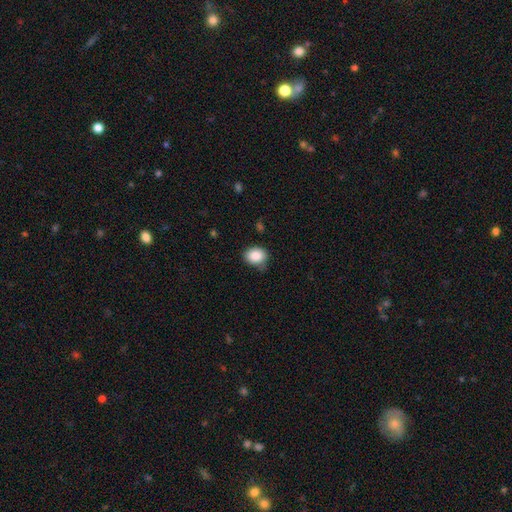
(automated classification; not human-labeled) Smooth or featured?
  - smooth: 88% *
  - star or artifact: 8%
  - featured or disk: 4%
How rounded?
  - round: 50% *
  - in between: 49%
  - cigar-shaped: 1%
Merging?
  - none: 68% *
  - minor disturbance: 25%
  - major disturbance: 5%
  - merger: 2%